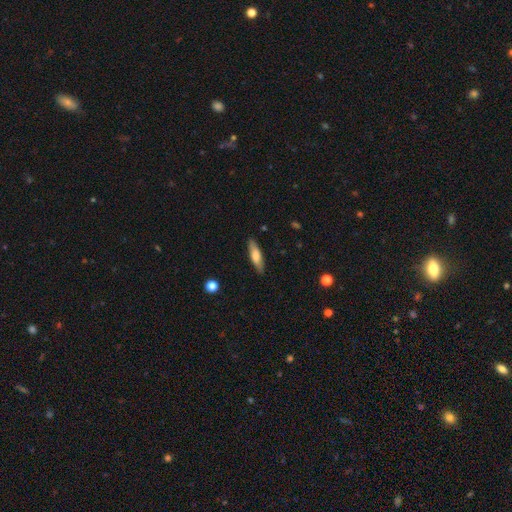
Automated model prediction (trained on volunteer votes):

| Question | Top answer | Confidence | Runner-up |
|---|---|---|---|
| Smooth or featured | smooth | 64% | featured or disk (30%) |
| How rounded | cigar-shaped | 66% | in between (33%) |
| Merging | none | 86% | minor disturbance (10%) |